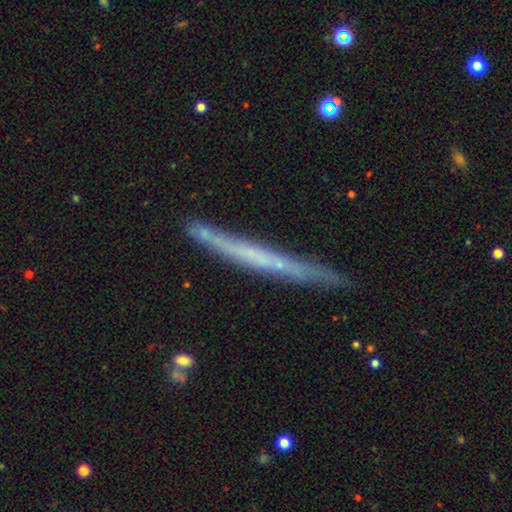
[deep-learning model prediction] Q: Smooth or featured?
A: featured or disk (57%); runner-up: smooth (36%)
Q: Edge-on disk?
A: yes (95%); runner-up: no (5%)
Q: Edge-on bulge?
A: none (89%); runner-up: rounded (7%)
Q: Merging?
A: none (82%); runner-up: minor disturbance (14%)